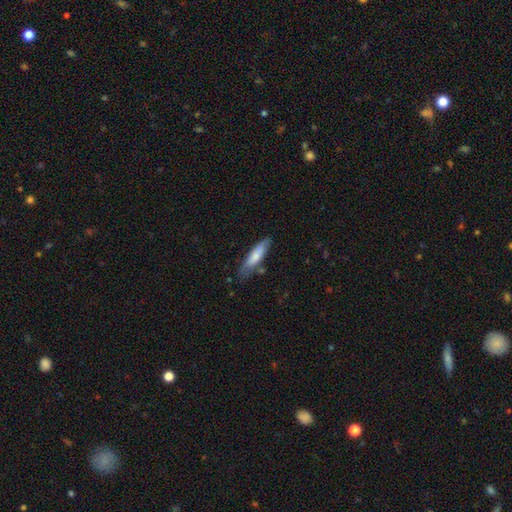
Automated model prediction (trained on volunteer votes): Morphology: type=smooth (70%); roundness=cigar-shaped (72%); merging=none (64%).